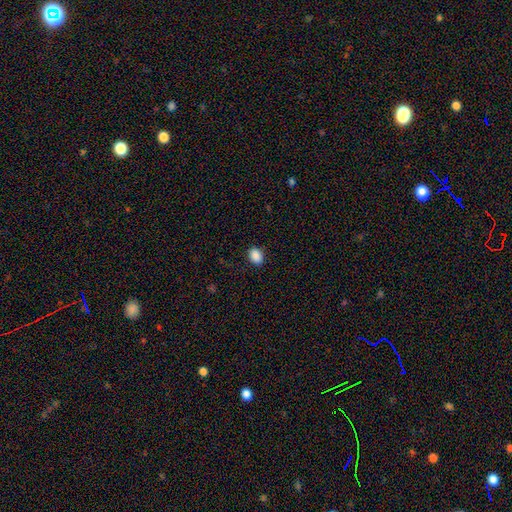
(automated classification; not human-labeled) Smooth or featured: smooth — 89% (star or artifact — 8%)
How rounded: in between — 72% (round — 27%)
Merging: none — 88% (minor disturbance — 9%)